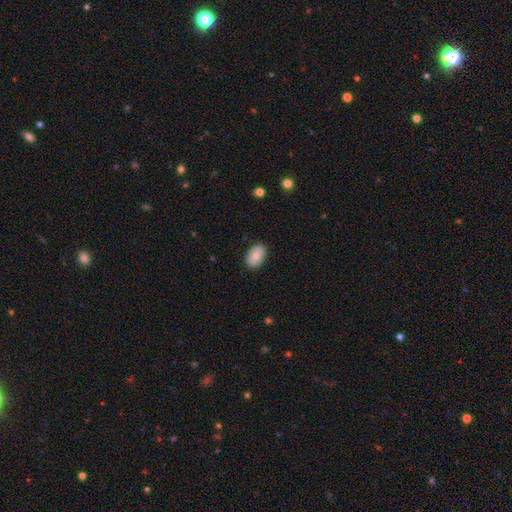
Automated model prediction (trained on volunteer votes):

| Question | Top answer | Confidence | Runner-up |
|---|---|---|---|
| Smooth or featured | smooth | 77% | featured or disk (16%) |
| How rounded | in between | 88% | round (11%) |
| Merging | none | 88% | minor disturbance (9%) |